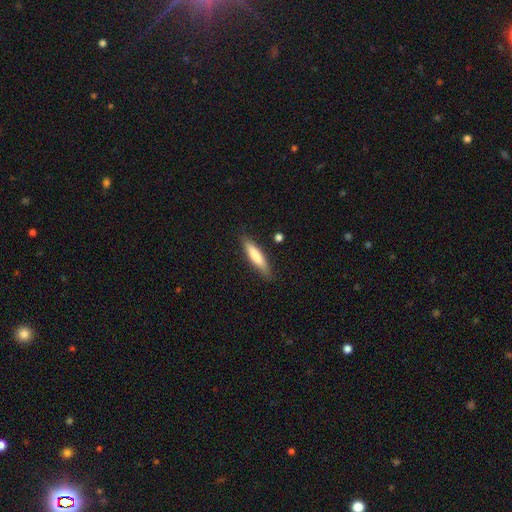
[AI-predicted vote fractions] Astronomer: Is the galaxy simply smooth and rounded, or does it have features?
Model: smooth — 76%.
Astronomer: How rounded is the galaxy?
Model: cigar-shaped — 79%.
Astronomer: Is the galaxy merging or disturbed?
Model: none — 84%.